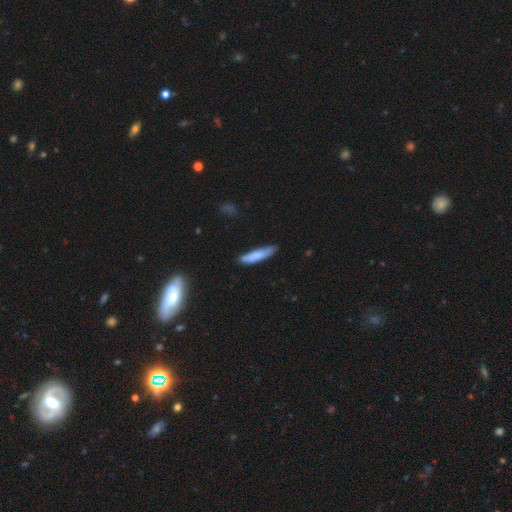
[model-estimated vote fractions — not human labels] Morphology: type=smooth (78%); roundness=cigar-shaped (84%); merging=none (77%).